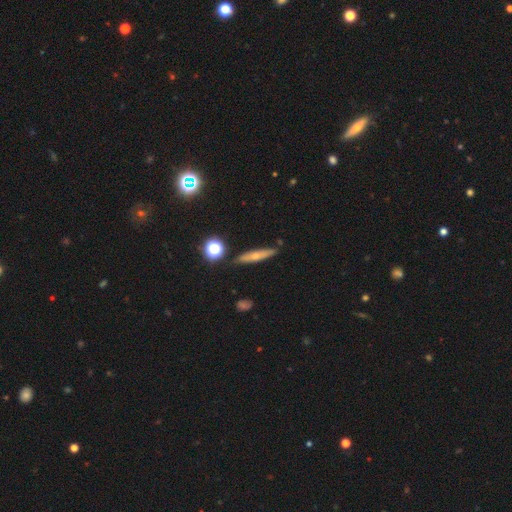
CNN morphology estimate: The model was most divided on "smooth or featured": smooth: 51%, featured or disk: 38%, star or artifact: 11%. More confident: merging — none (83%); how rounded — cigar-shaped (81%).